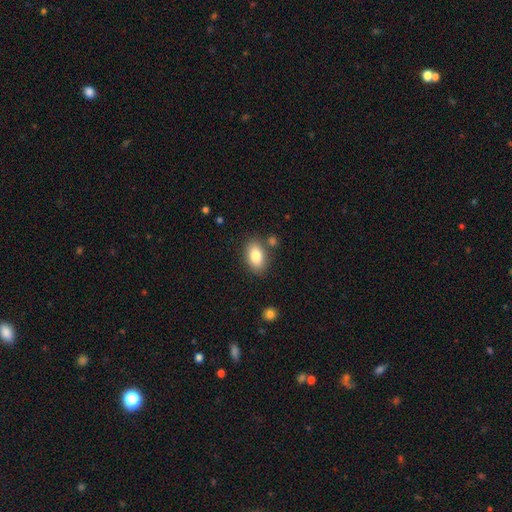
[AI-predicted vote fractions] A smooth galaxy with no disk features (81%) that is in between round and cigar-shaped (89%).

Vote fractions:
- Smooth or featured? smooth: 81% / featured or disk: 11% / star or artifact: 8%
- How rounded? in between: 89% / round: 9% / cigar-shaped: 2%
- Merging? none: 78% / minor disturbance: 12% / merger: 6% / major disturbance: 3%